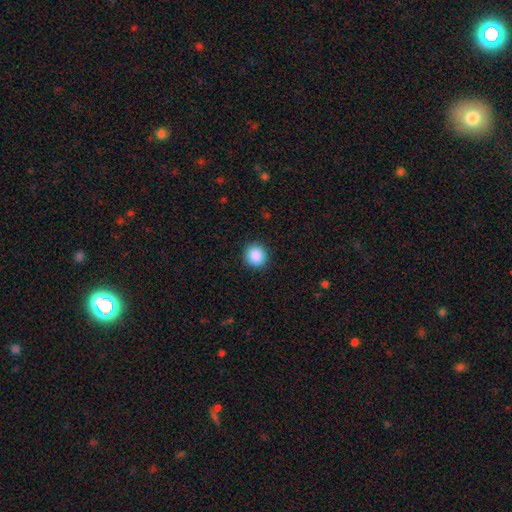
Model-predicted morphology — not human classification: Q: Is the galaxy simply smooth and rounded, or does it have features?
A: smooth — 88%.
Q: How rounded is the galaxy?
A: round — 92%.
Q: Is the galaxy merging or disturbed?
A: none — 91%.